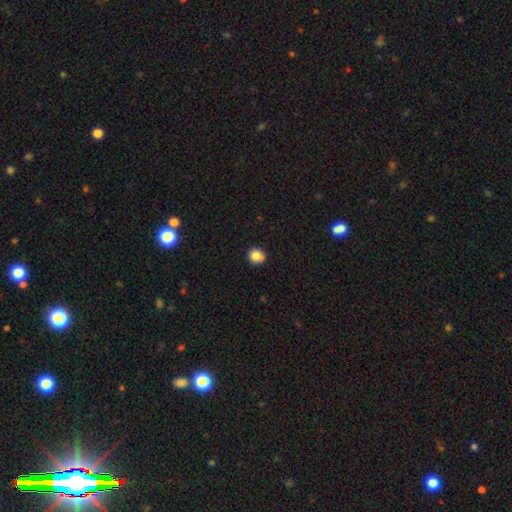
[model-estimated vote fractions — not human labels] Overall: smooth (82%). How rounded: round (85%). Merging: none (67%).